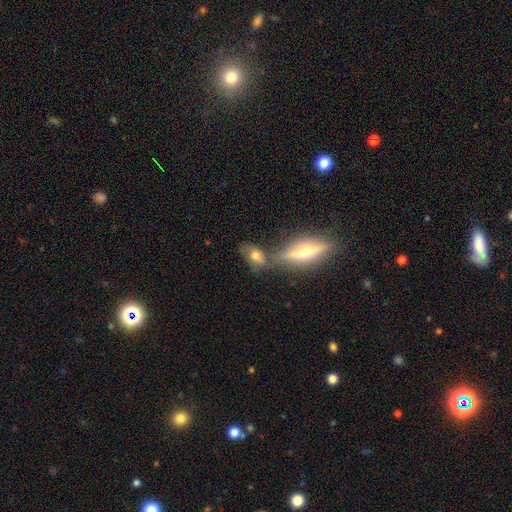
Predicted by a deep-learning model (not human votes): smooth 56%, featured or disk 33%, star or artifact 11%. Down the decision tree: how rounded — in between (77%); merging — none (51%).